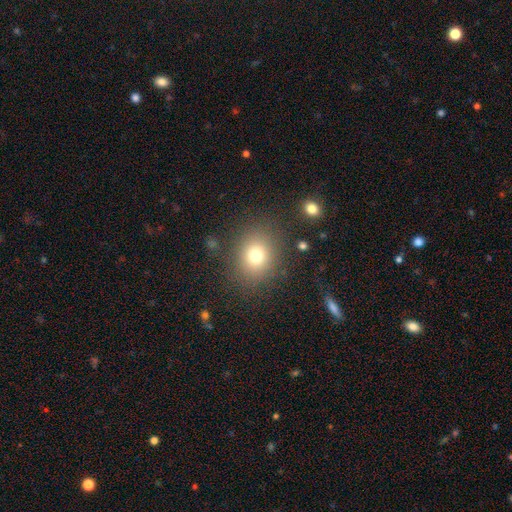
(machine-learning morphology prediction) The model was most divided on "how rounded": round: 67%, in between: 33%, cigar-shaped: 1%. More confident: merging — none (84%); smooth or featured — smooth (74%).